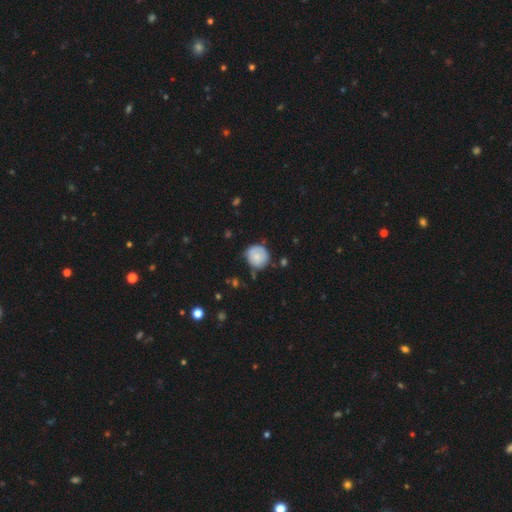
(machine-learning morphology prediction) smooth_or_featured: smooth (p=0.69) [alt: featured or disk p=0.24]
how_rounded: round (p=0.85) [alt: in between p=0.14]
merging: none (p=0.63) [alt: minor disturbance p=0.28]